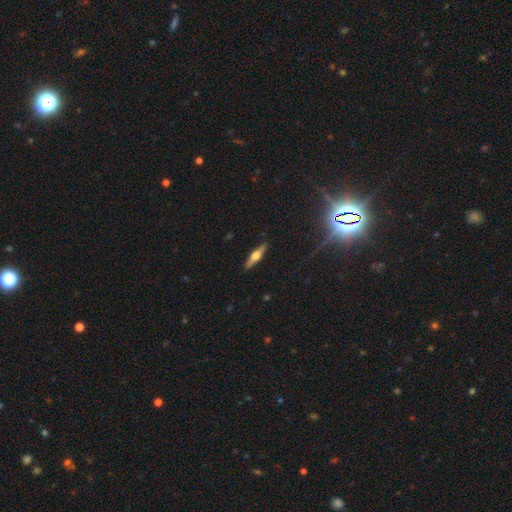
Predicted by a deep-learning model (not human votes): Smooth or featured? featured or disk (58%)
Edge-on disk? yes (95%)
Edge-on bulge? rounded (94%)
Merging? none (90%)